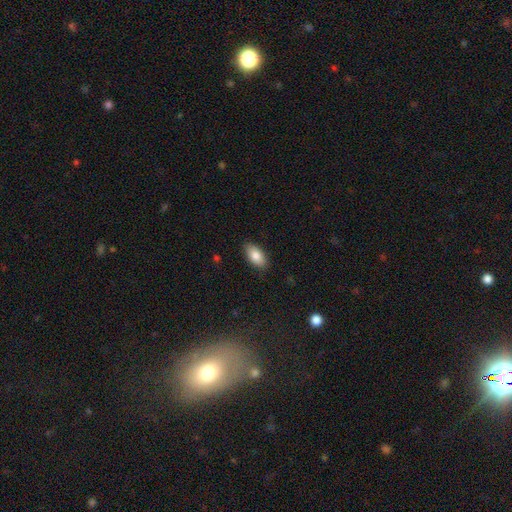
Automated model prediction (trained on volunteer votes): smooth 84%, featured or disk 9%, star or artifact 7%. Down the decision tree: how rounded — in between (93%); merging — none (87%).